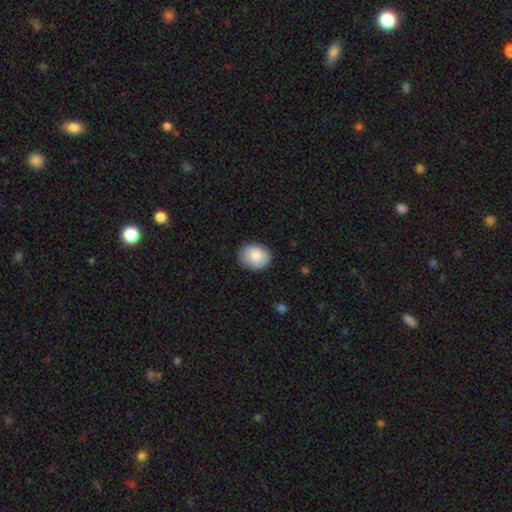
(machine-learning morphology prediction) Smooth or featured: smooth — 85% (featured or disk — 8%)
How rounded: round — 52% (in between — 47%)
Merging: none — 83% (minor disturbance — 14%)